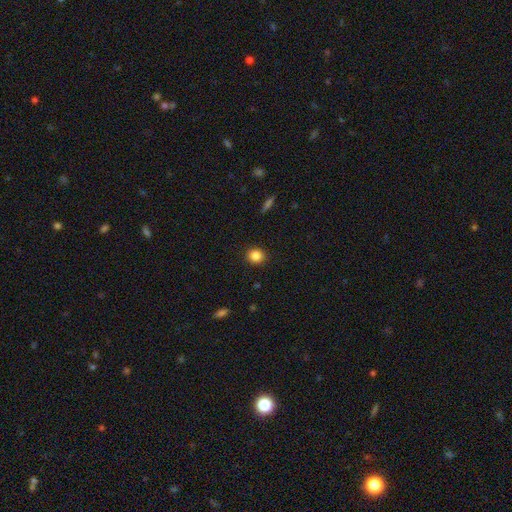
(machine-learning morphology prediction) Smooth or featured? smooth (85%)
How rounded? round (82%)
Merging? none (90%)